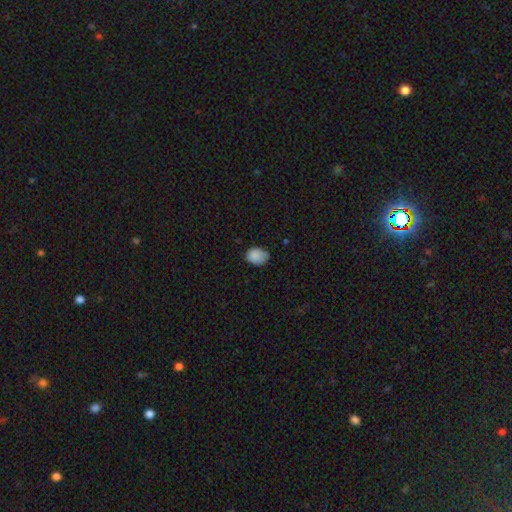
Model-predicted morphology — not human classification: smooth_or_featured: smooth (p=0.86) [alt: star or artifact p=0.09]
how_rounded: in between (p=0.60) [alt: round p=0.39]
merging: none (p=0.62) [alt: minor disturbance p=0.31]